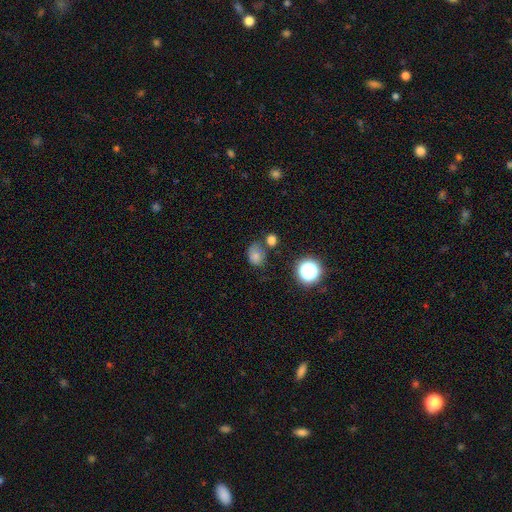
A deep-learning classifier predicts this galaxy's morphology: A smooth galaxy with no disk features (70%) that is in between round and cigar-shaped (55%). Merging: none (49%).